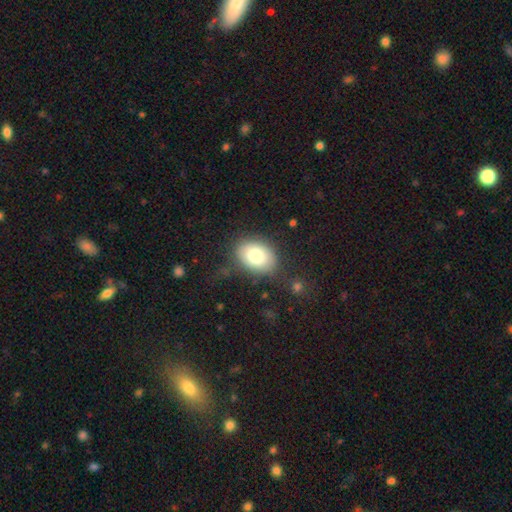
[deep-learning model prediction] A smooth galaxy with no disk features (79%) that is in between round and cigar-shaped (76%). Merging: none (79%).